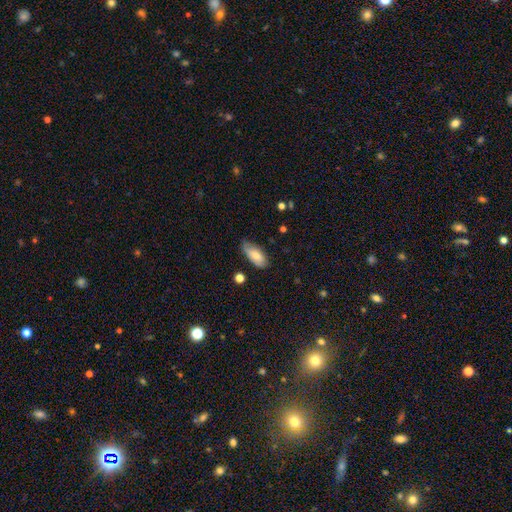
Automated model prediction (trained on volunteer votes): Smooth or featured?
  - smooth: 73% *
  - featured or disk: 20%
  - star or artifact: 7%
How rounded?
  - in between: 86% *
  - cigar-shaped: 11%
  - round: 2%
Merging?
  - none: 65% *
  - minor disturbance: 28%
  - major disturbance: 5%
  - merger: 2%